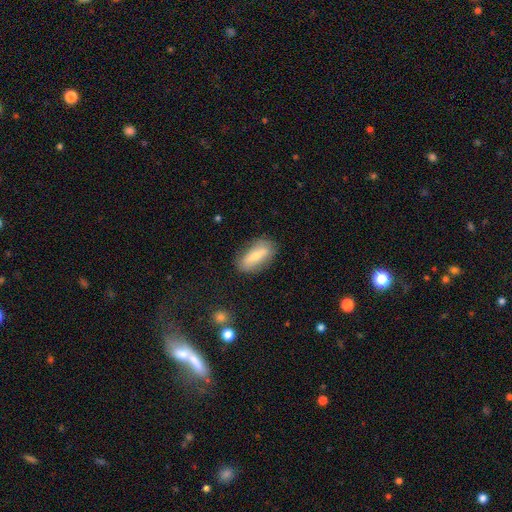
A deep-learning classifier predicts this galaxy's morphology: smooth 60%, featured or disk 33%, star or artifact 7%. Down the decision tree: how rounded — in between (81%); merging — none (78%).